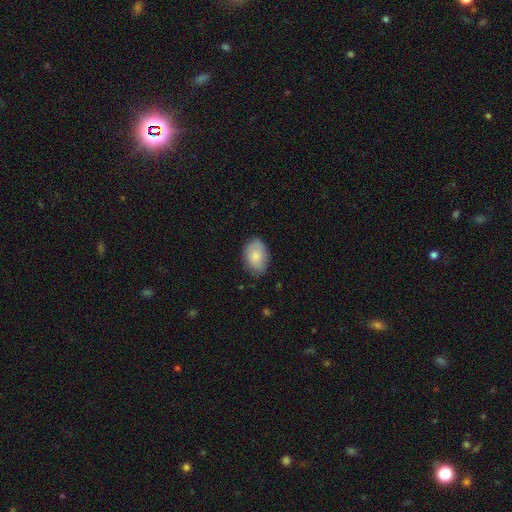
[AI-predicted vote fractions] A smooth galaxy with no disk features (80%) that is in between round and cigar-shaped (82%). Merging: none (78%).